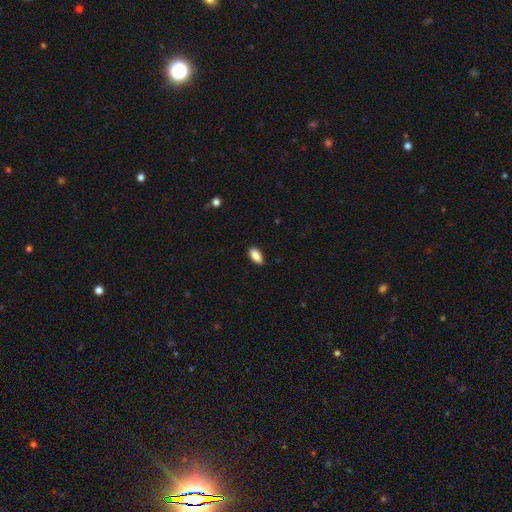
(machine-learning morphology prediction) This is clearly a smooth galaxy (88%). How rounded: clearly in between (88%). Merging: clearly none (81%).